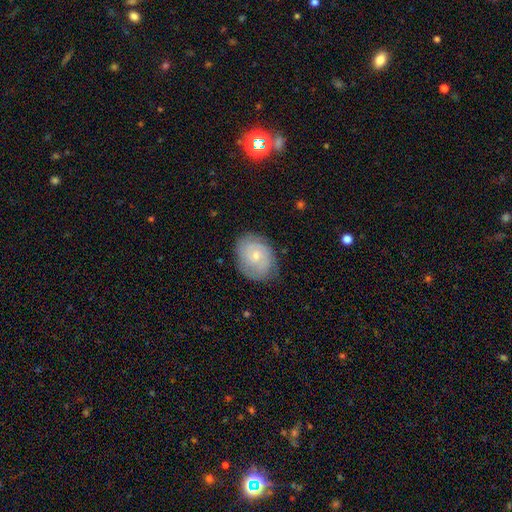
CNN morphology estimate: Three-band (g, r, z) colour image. It shows a featured or disk galaxy (50%). Merging: none (72%).